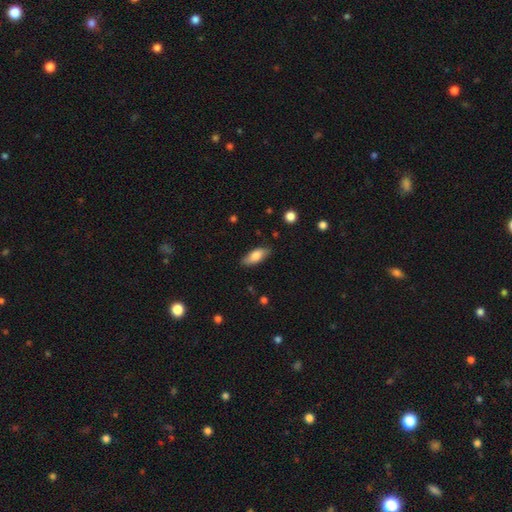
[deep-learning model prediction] A smooth galaxy with no disk features (77%) that is in between round and cigar-shaped (80%).

Vote fractions:
- Smooth or featured? smooth: 77% / featured or disk: 17% / star or artifact: 6%
- How rounded? in between: 80% / cigar-shaped: 17% / round: 2%
- Merging? none: 82% / minor disturbance: 14% / major disturbance: 2% / merger: 1%